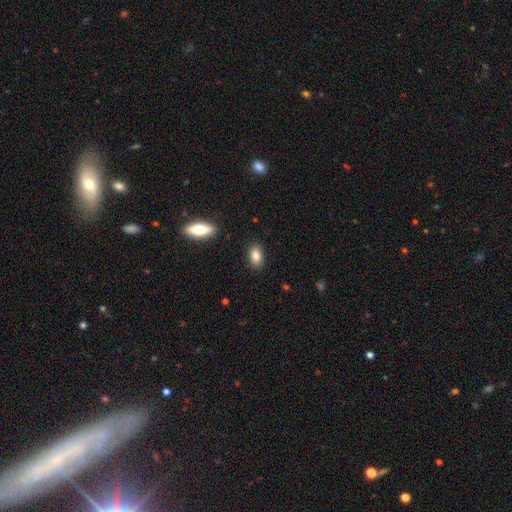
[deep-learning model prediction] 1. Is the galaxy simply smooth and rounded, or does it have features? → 83% smooth, 9% featured or disk, 8% star or artifact.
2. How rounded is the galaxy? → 89% in between, 6% round, 5% cigar-shaped.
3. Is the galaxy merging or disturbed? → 88% none, 9% minor disturbance, 2% major disturbance, 1% merger.